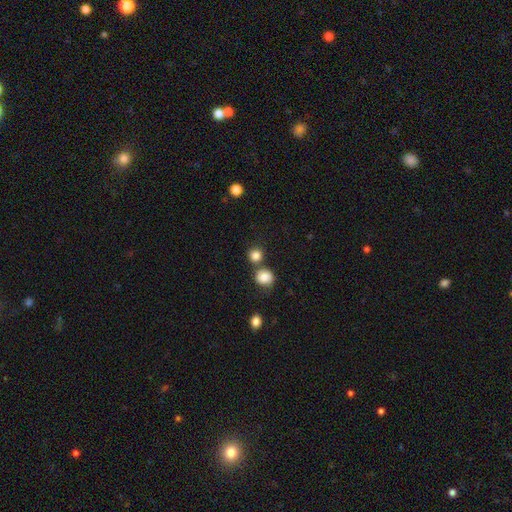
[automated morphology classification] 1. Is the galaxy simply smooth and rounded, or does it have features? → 84% smooth, 11% star or artifact, 5% featured or disk.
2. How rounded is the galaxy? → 86% round, 13% in between, 1% cigar-shaped.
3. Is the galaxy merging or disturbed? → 62% none, 26% merger, 9% minor disturbance, 3% major disturbance.